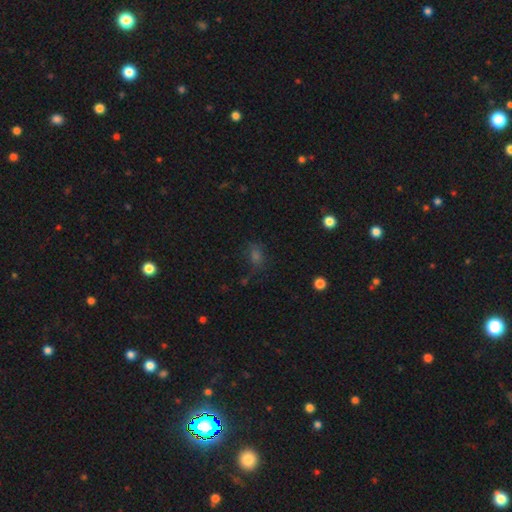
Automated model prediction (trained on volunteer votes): Smooth or featured: smooth — 54% (star or artifact — 35%)
How rounded: in between — 62% (round — 35%)
Merging: none — 69% (minor disturbance — 18%)